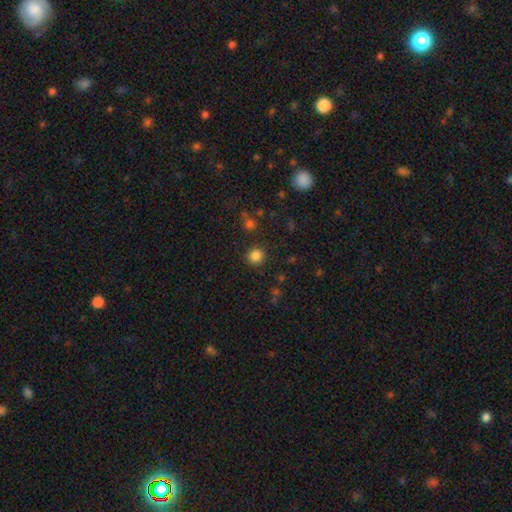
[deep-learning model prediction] smooth 83%, star or artifact 13%, featured or disk 4%. Down the decision tree: how rounded — round (91%); merging — none (87%).